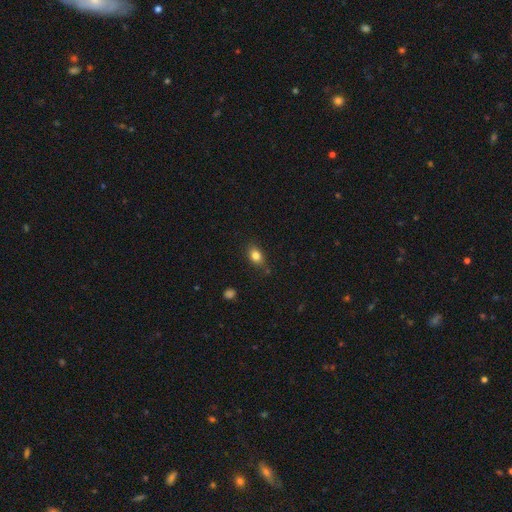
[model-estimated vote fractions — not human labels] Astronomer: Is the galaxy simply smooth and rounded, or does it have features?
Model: smooth — 82%.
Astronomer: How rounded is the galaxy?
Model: in between — 72%.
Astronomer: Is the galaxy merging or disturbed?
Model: none — 77%.